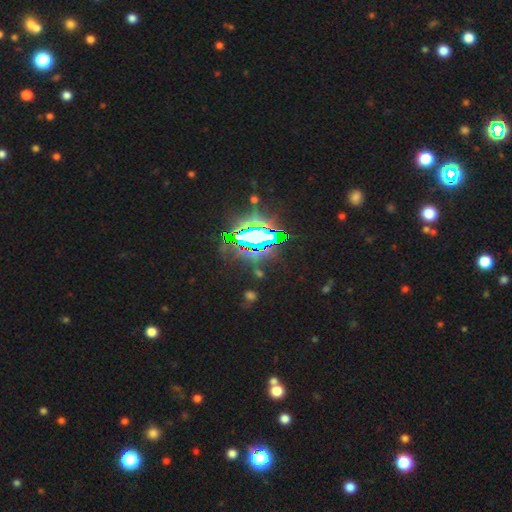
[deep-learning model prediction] Overall: star or artifact (80%).